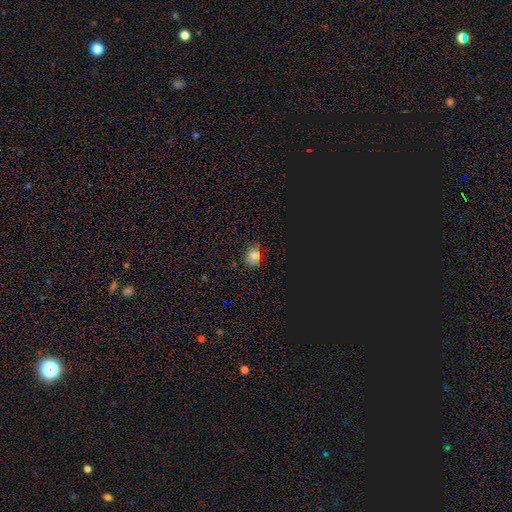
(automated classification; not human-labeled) Smooth or featured: smooth — 63% (star or artifact — 30%)
How rounded: in between — 63% (round — 35%)
Merging: none — 70% (minor disturbance — 21%)